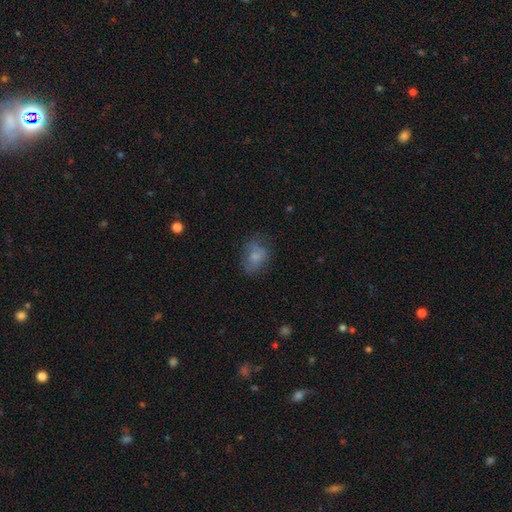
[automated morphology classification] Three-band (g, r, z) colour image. It shows a smooth galaxy with no disk features (72%) that is in between round and cigar-shaped (65%). Merging: none (55%).